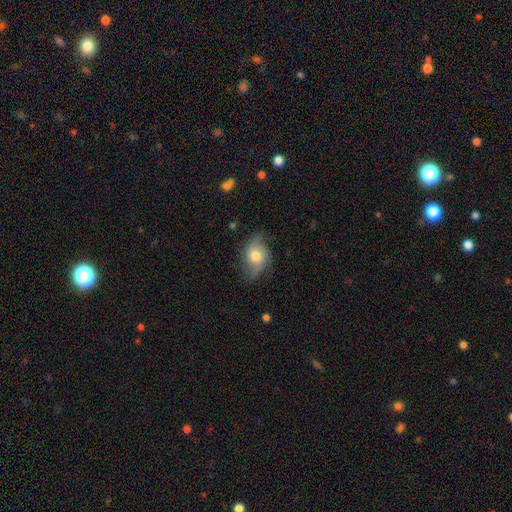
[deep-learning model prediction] smooth_or_featured: smooth (p=0.49) [alt: featured or disk p=0.43]
merging: none (p=0.57) [alt: minor disturbance p=0.29]